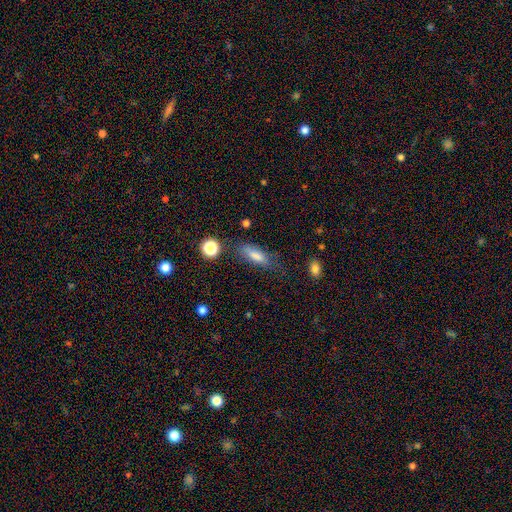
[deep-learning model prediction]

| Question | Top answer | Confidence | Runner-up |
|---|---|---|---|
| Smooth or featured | smooth | 71% | featured or disk (18%) |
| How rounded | in between | 52% | cigar-shaped (44%) |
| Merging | none | 70% | minor disturbance (20%) |